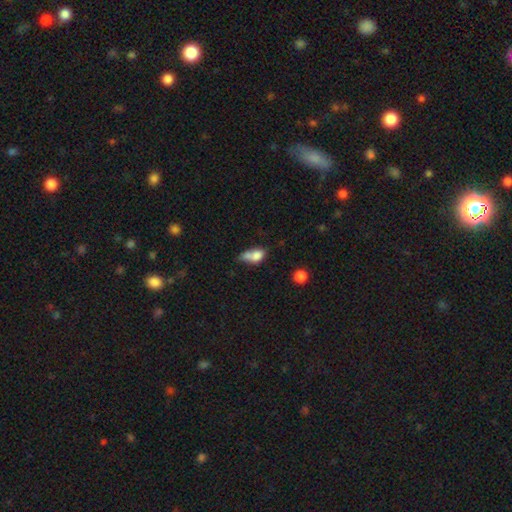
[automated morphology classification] This is likely a smooth galaxy (72%). How rounded: likely in between (73%). Merging: possibly merger (47%).